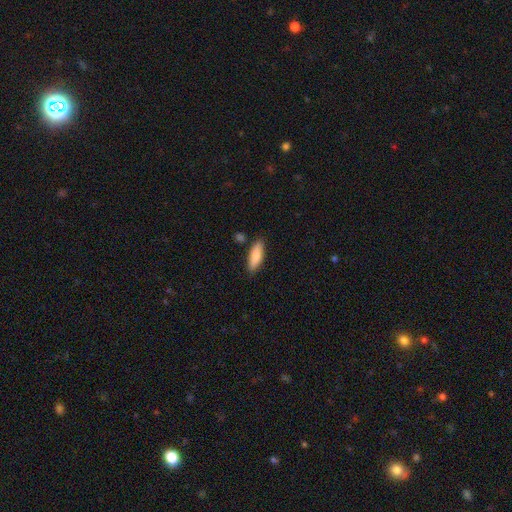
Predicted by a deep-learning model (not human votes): Smooth or featured?
  - smooth: 84% *
  - featured or disk: 11%
  - star or artifact: 6%
How rounded?
  - in between: 57% *
  - cigar-shaped: 41%
  - round: 2%
Merging?
  - none: 84% *
  - minor disturbance: 11%
  - merger: 3%
  - major disturbance: 2%